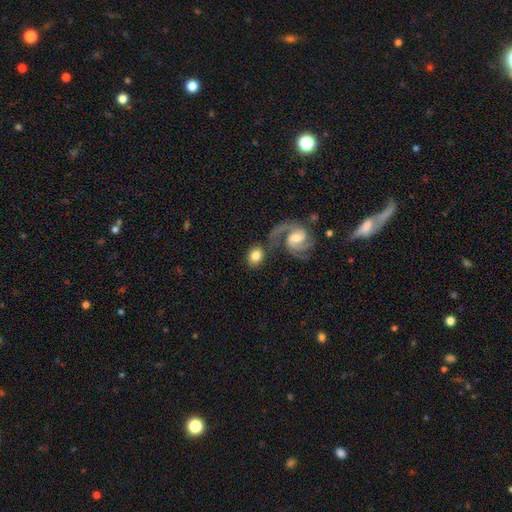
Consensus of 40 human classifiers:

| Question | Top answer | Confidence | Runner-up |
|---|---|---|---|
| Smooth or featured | smooth | 55% | featured or disk (35%) |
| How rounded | in between | 64% | round (36%) |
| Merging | none | 61% | merger (19%) |